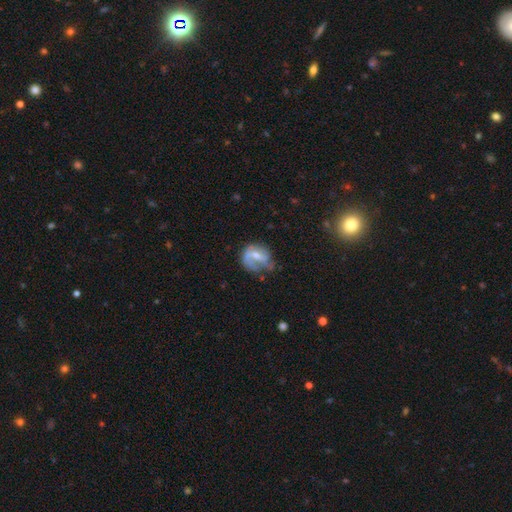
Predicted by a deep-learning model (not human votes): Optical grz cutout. It shows a featured or disk galaxy (60%) with a weak bar (47%), spiral arms (69%) and a moderate central bulge (44%). Merging: none (37%).